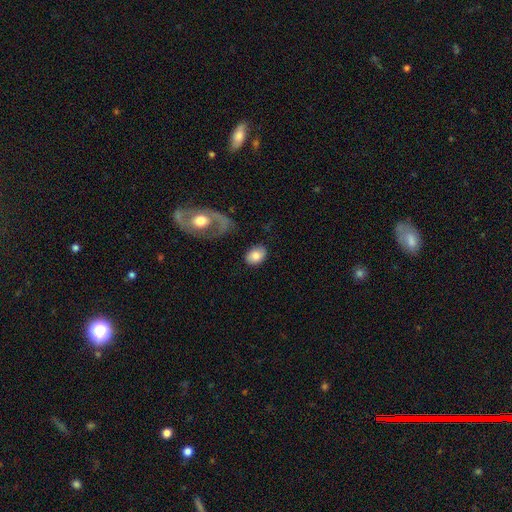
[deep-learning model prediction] Smooth or featured: smooth — 77% (featured or disk — 16%)
How rounded: in between — 77% (round — 22%)
Merging: none — 77% (minor disturbance — 12%)